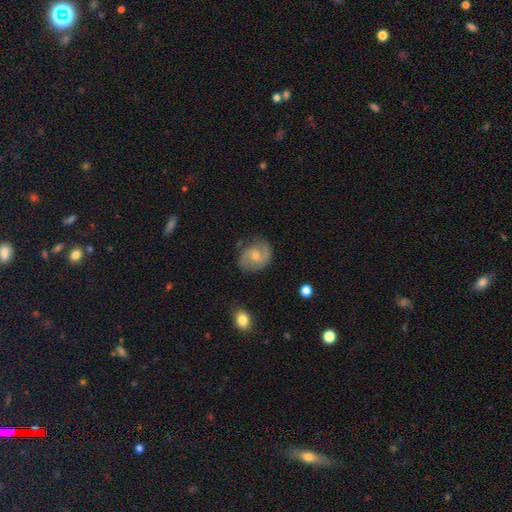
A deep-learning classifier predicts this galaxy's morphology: Smooth or featured?
  - featured or disk: 60% *
  - smooth: 33%
  - star or artifact: 7%
Edge-on disk?
  - no: 97% *
  - yes: 3%
Bar?
  - no: 51% *
  - weak: 41%
  - strong: 7%
Spiral arms?
  - yes: 85% *
  - no: 15%
Bulge size?
  - moderate: 53% *
  - small: 41%
  - none: 3%
  - large: 2%
  - dominant: 1%
Merging?
  - none: 71% *
  - minor disturbance: 21%
  - major disturbance: 6%
  - merger: 2%